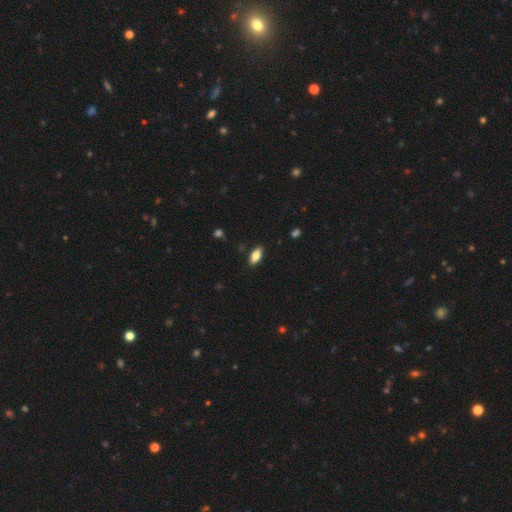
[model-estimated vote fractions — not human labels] Smooth or featured?
  - smooth: 79% *
  - featured or disk: 13%
  - star or artifact: 7%
How rounded?
  - in between: 85% *
  - cigar-shaped: 12%
  - round: 2%
Merging?
  - none: 88% *
  - minor disturbance: 9%
  - major disturbance: 2%
  - merger: 1%